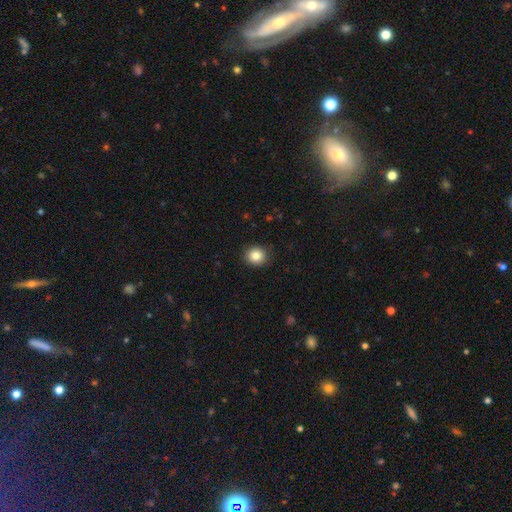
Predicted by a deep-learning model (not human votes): smooth 84%, star or artifact 10%, featured or disk 6%. Down the decision tree: how rounded — round (86%); merging — none (91%).